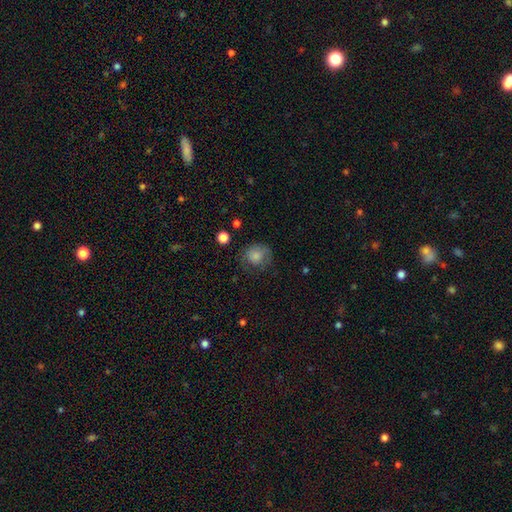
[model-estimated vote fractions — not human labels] smooth_or_featured: smooth (p=0.73) [alt: featured or disk p=0.18]
how_rounded: round (p=0.75) [alt: in between p=0.24]
merging: none (p=0.55) [alt: minor disturbance p=0.26]